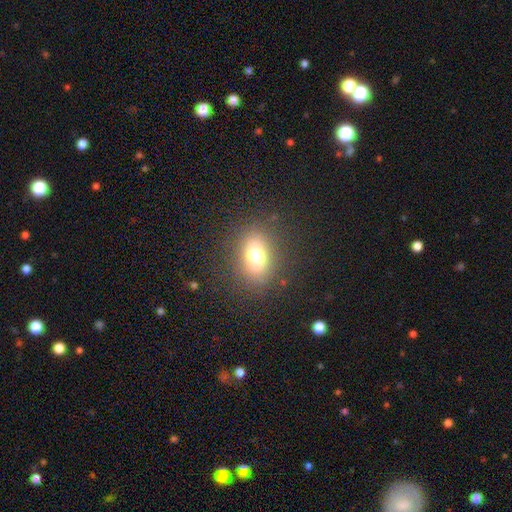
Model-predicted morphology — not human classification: smooth_or_featured: smooth (p=0.71) [alt: star or artifact p=0.14]
how_rounded: in between (p=0.58) [alt: round p=0.40]
merging: none (p=0.84) [alt: minor disturbance p=0.09]